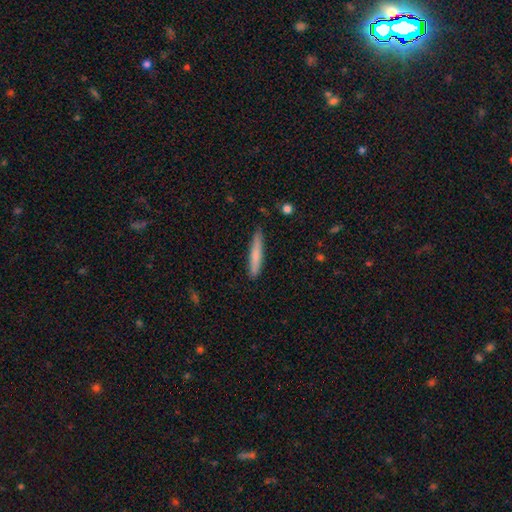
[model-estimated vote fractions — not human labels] smooth-or-featured: smooth: 75% | featured or disk: 19% | star or artifact: 6%
  how-rounded: cigar-shaped: 94% | in between: 5% | round: 1%
  merging: none: 87% | minor disturbance: 10% | major disturbance: 2% | merger: 1%